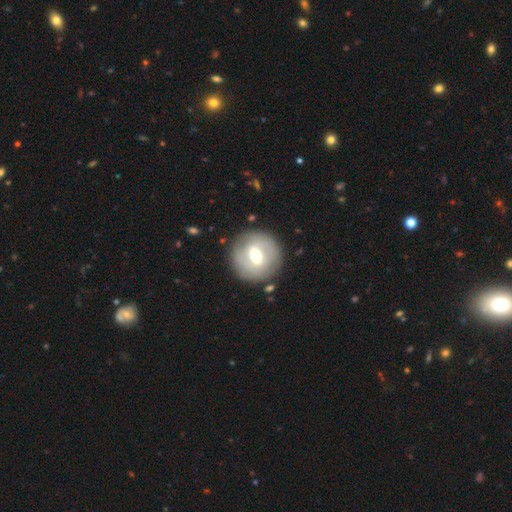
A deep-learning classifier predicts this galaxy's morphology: smooth 50%, featured or disk 43%, star or artifact 7%. Down the decision tree: merging — none (86%).